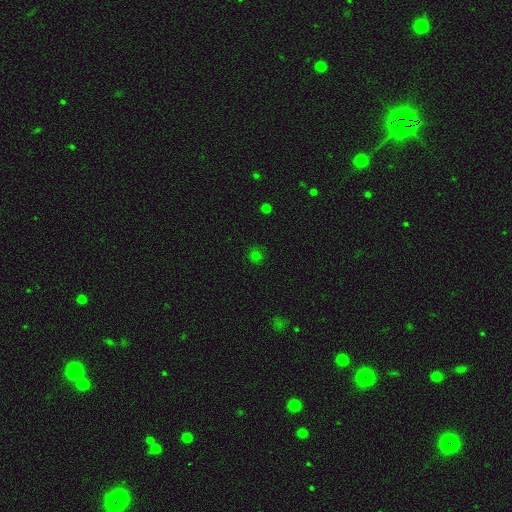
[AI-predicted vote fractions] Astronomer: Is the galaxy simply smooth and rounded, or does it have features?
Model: smooth — 70%.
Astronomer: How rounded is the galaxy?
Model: round — 90%.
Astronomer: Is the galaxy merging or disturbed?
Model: none — 87%.